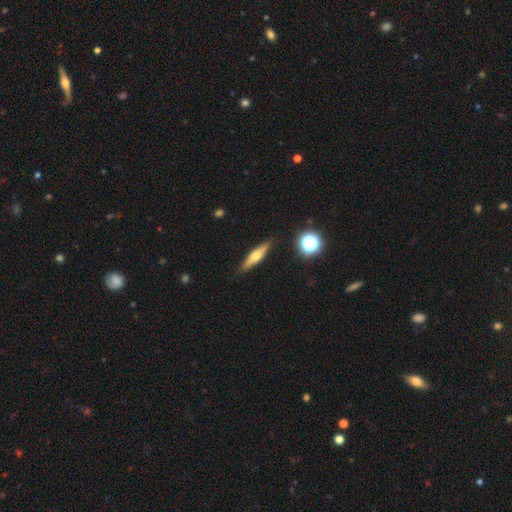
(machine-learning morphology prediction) Q: Smooth or featured?
A: featured or disk (47%); runner-up: smooth (45%)
Q: Merging?
A: none (88%); runner-up: minor disturbance (8%)